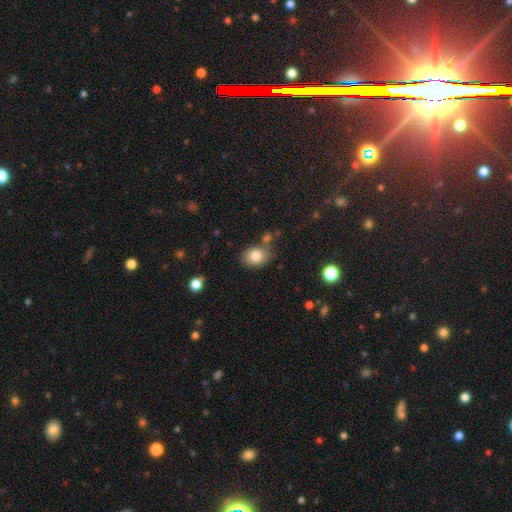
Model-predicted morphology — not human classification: This is clearly a smooth galaxy (82%). How rounded: likely in between (69%). Merging: likely none (69%).